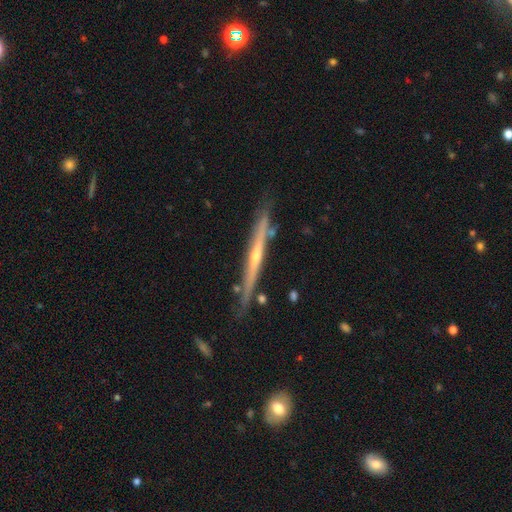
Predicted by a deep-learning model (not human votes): Overall: featured or disk (80%). Edge-on disk: yes (96%). Edge-on bulge: rounded (69%). Merging: none (77%).